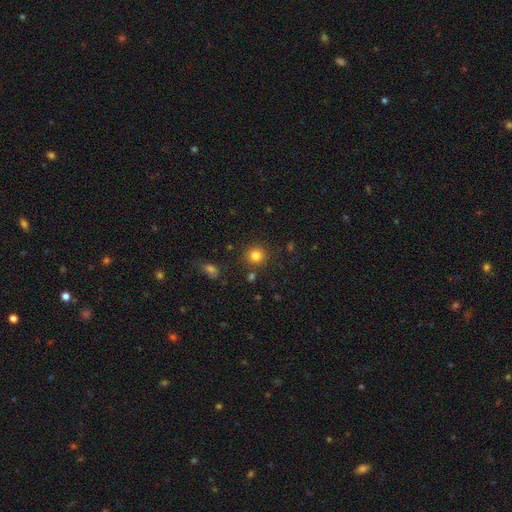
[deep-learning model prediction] Smooth or featured? Predicted: smooth (p=0.82). How rounded? Predicted: round (p=0.92). Merging? Predicted: none (p=0.86).